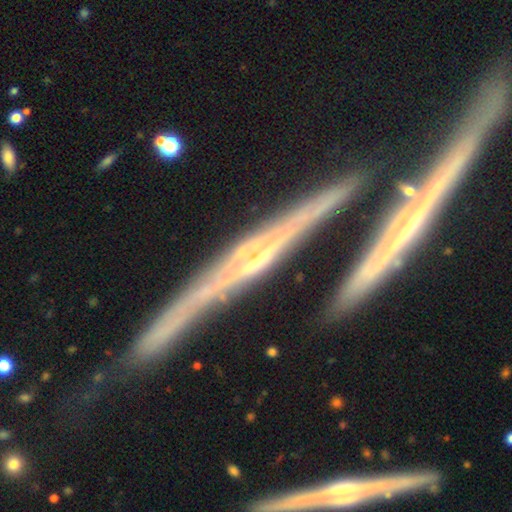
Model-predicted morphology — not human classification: smooth-or-featured: featured or disk: 85% | smooth: 8% | star or artifact: 7%
  disk-edge-on: yes: 96% | no: 4%
    edge-on-bulge: rounded: 69% | none: 17% | boxy: 14%
  merging: none: 74% | minor disturbance: 14% | merger: 8% | major disturbance: 4%